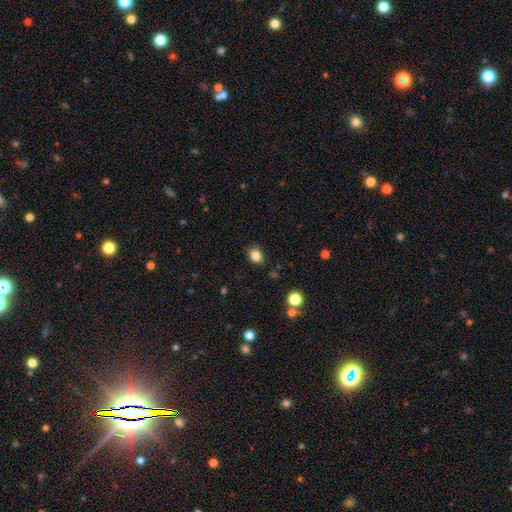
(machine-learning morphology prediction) smooth_or_featured: smooth (p=0.83) [alt: star or artifact p=0.12]
how_rounded: round (p=0.59) [alt: in between p=0.41]
merging: none (p=0.85) [alt: minor disturbance p=0.11]